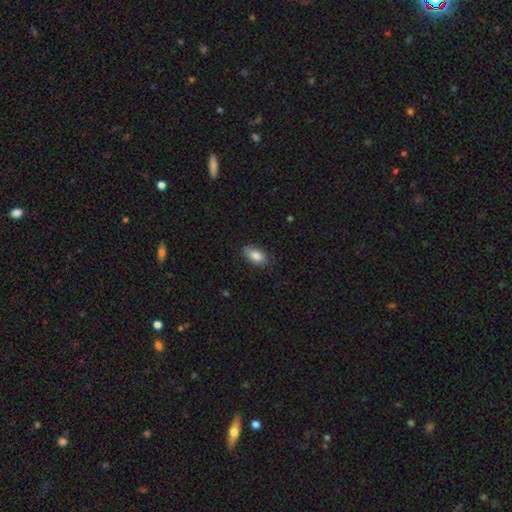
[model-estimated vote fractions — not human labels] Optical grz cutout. It shows a smooth galaxy with no disk features (86%) that is in between round and cigar-shaped (92%). Merging: none (79%).